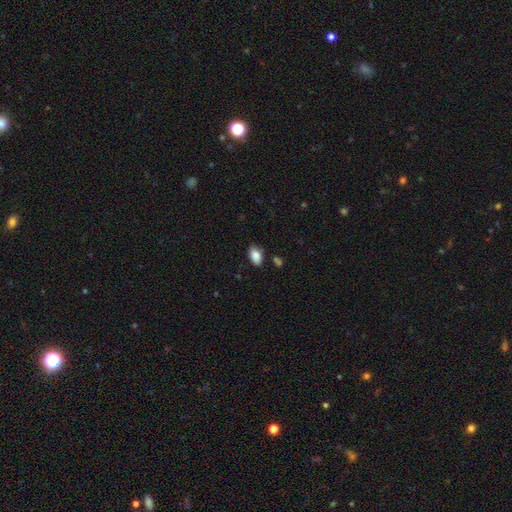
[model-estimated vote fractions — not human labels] smooth-or-featured: smooth: 86% | star or artifact: 7% | featured or disk: 6%
  how-rounded: in between: 91% | round: 7% | cigar-shaped: 2%
  merging: none: 80% | minor disturbance: 14% | merger: 3% | major disturbance: 3%